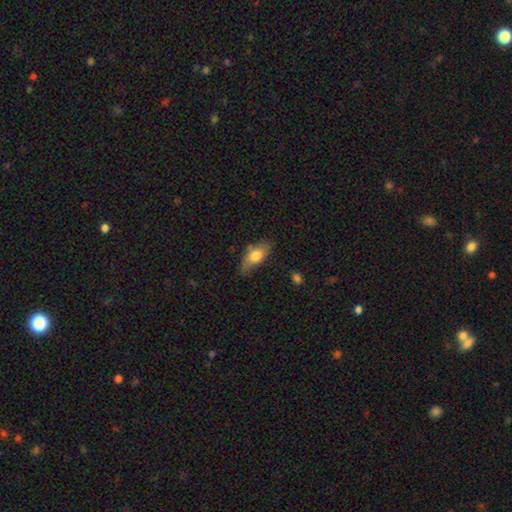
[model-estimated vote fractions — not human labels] smooth_or_featured: smooth (p=0.71) [alt: featured or disk p=0.22]
how_rounded: in between (p=0.81) [alt: cigar-shaped p=0.15]
merging: none (p=0.65) [alt: minor disturbance p=0.26]